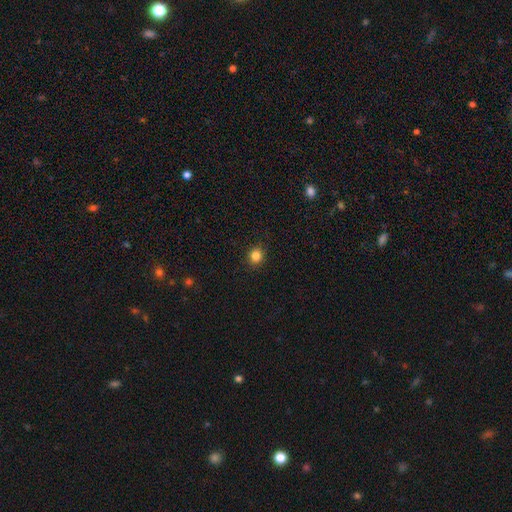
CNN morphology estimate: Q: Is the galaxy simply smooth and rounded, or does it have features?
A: smooth — 84%.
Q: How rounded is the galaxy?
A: round — 85%.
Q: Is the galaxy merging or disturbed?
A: none — 91%.